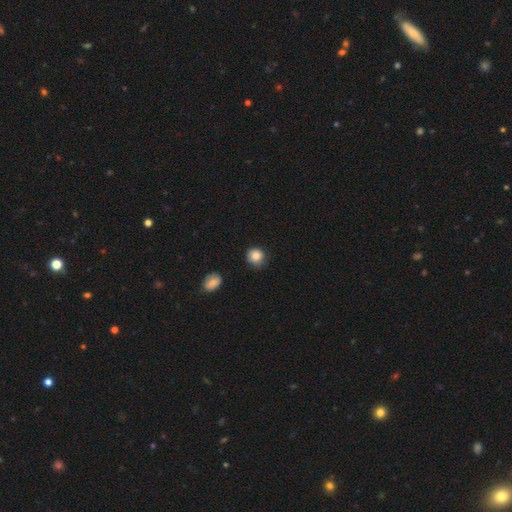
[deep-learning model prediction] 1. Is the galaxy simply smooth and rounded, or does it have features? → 83% smooth, 10% star or artifact, 8% featured or disk.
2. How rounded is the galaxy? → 88% round, 11% in between, 1% cigar-shaped.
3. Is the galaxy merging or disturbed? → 76% none, 19% minor disturbance, 4% major disturbance, 2% merger.